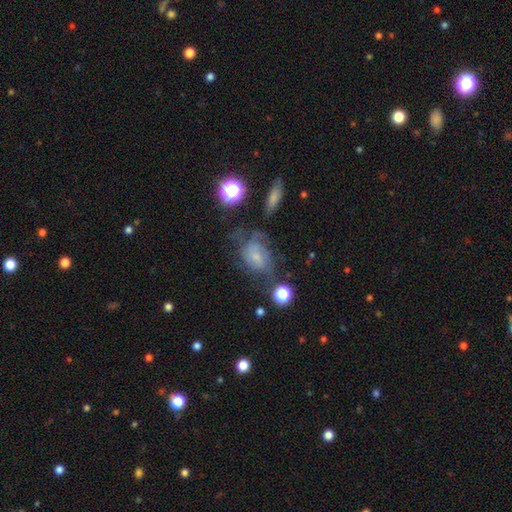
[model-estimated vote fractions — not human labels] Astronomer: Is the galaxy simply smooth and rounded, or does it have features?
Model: featured or disk — 47% (runner-up: smooth, 36%).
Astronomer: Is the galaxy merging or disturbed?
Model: none — 40% (runner-up: major disturbance, 28%).